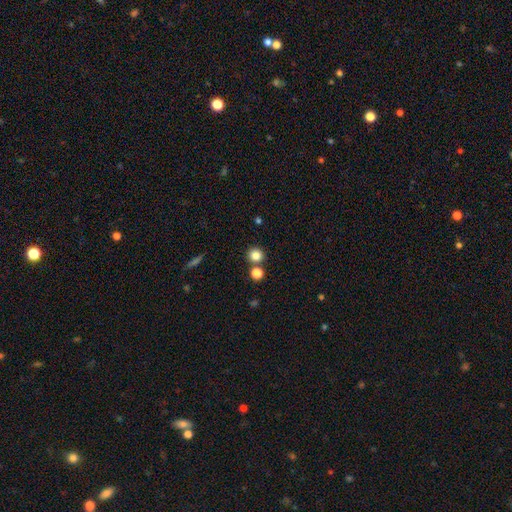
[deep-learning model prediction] Smooth or featured? smooth (83%)
How rounded? round (91%)
Merging? none (77%)